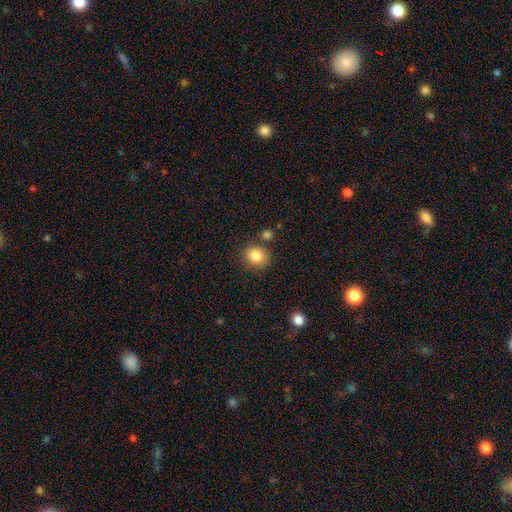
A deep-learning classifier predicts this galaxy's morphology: Smooth or featured: smooth — 85% (star or artifact — 10%)
How rounded: round — 80% (in between — 19%)
Merging: none — 77% (minor disturbance — 11%)